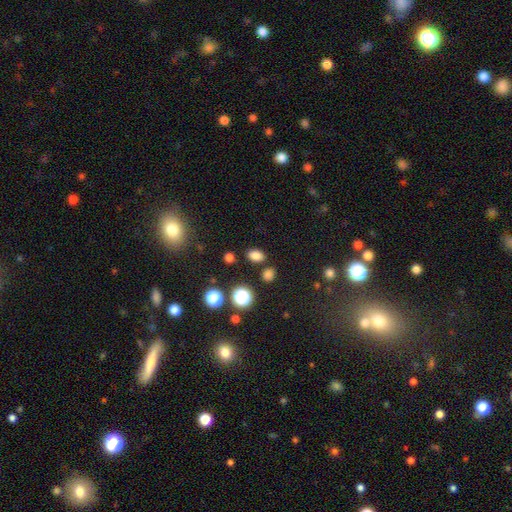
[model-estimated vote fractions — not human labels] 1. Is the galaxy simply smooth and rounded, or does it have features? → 79% smooth, 16% star or artifact, 5% featured or disk.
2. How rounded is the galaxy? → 77% in between, 22% round, 1% cigar-shaped.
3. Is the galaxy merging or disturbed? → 82% none, 10% minor disturbance, 6% merger, 3% major disturbance.